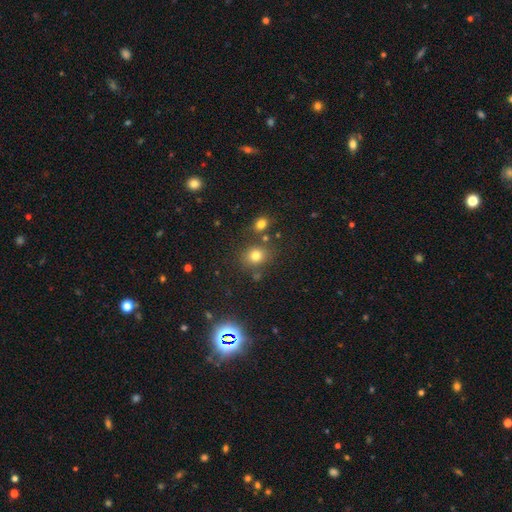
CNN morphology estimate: Q: Smooth or featured?
A: smooth (74%); runner-up: star or artifact (17%)
Q: How rounded?
A: round (67%); runner-up: in between (32%)
Q: Merging?
A: none (73%); runner-up: minor disturbance (12%)